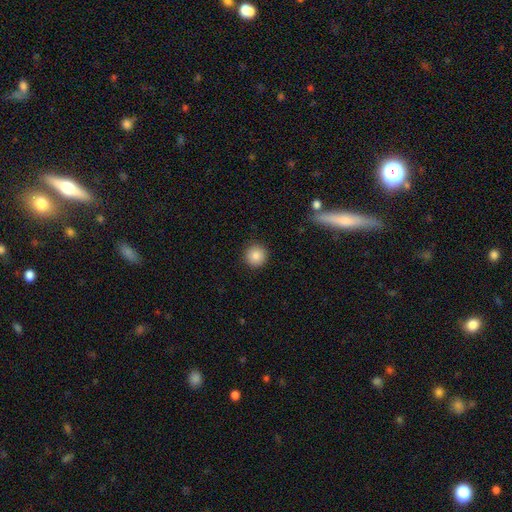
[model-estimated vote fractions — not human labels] This appears to be a smooth galaxy with no disk features (86%) that is round (95%). Merging: none (92%).